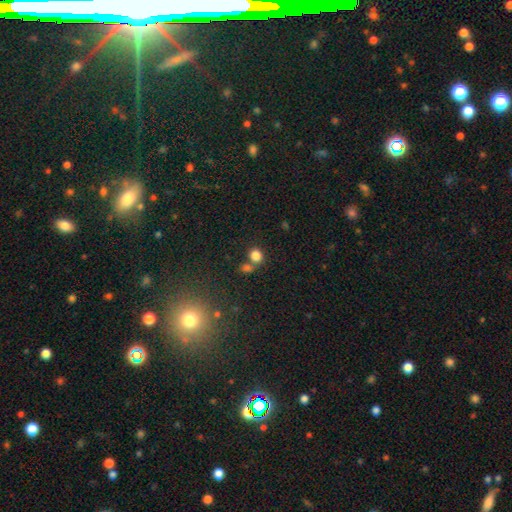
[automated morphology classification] type=smooth (81%); roundness=round (72%); merging=none (55%).